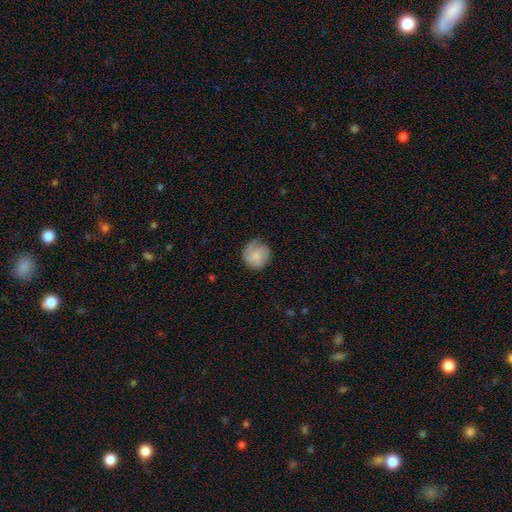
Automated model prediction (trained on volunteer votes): smooth_or_featured: smooth (p=0.67) [alt: featured or disk p=0.26]
how_rounded: round (p=0.88) [alt: in between p=0.11]
merging: none (p=0.66) [alt: minor disturbance p=0.24]